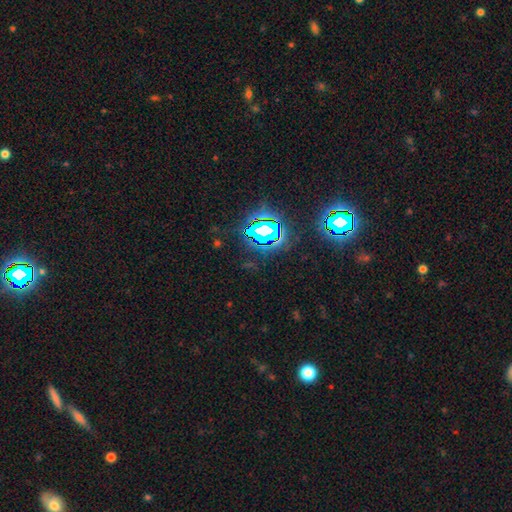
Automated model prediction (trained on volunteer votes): Q: Smooth or featured?
A: star or artifact (81%); runner-up: smooth (12%)